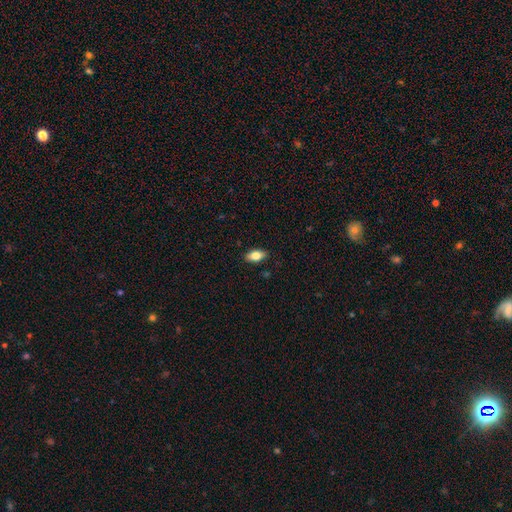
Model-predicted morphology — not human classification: This is likely a smooth galaxy (79%). How rounded: clearly in between (89%). Merging: clearly none (88%).